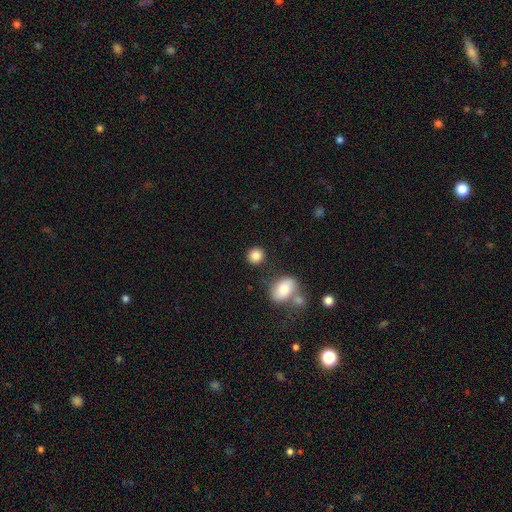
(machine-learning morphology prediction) smooth-or-featured: smooth: 86% | star or artifact: 9% | featured or disk: 5%
  how-rounded: round: 81% | in between: 18% | cigar-shaped: 1%
  merging: none: 81% | minor disturbance: 9% | merger: 6% | major disturbance: 3%